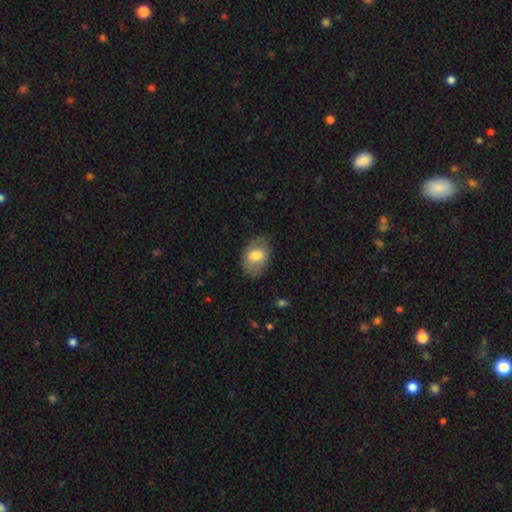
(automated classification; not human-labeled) This is likely a smooth galaxy (72%). How rounded: clearly in between (81%). Merging: likely none (66%).